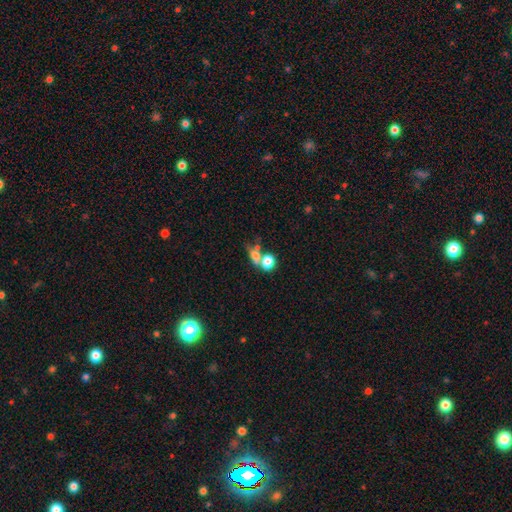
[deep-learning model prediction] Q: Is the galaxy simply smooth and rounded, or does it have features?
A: smooth — 69%.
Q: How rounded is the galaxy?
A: round — 52%.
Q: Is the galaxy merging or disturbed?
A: merger — 52%.